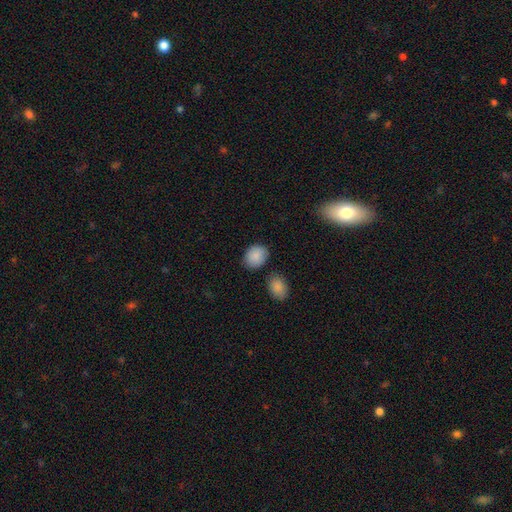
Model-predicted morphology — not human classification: This appears to be a smooth galaxy with no disk features (88%) that is in between round and cigar-shaped (51%). Merging: none (79%).